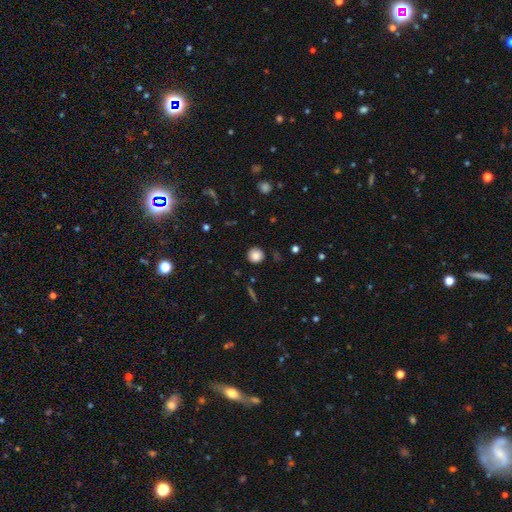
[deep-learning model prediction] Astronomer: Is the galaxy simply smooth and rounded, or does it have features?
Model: smooth — 85%.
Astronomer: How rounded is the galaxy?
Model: round — 94%.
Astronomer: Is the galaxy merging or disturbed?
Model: none — 91%.